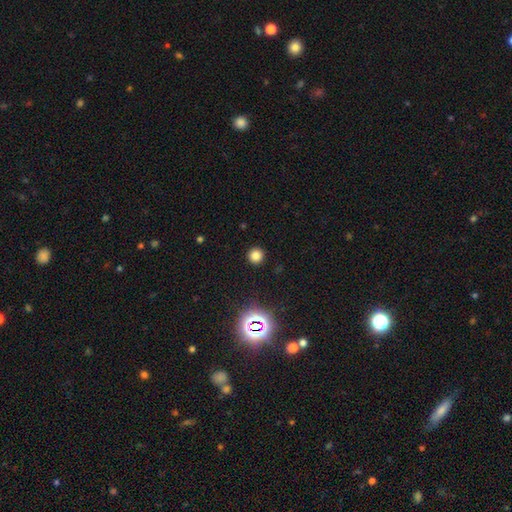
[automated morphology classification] type=smooth (77%); roundness=round (95%); merging=none (92%).